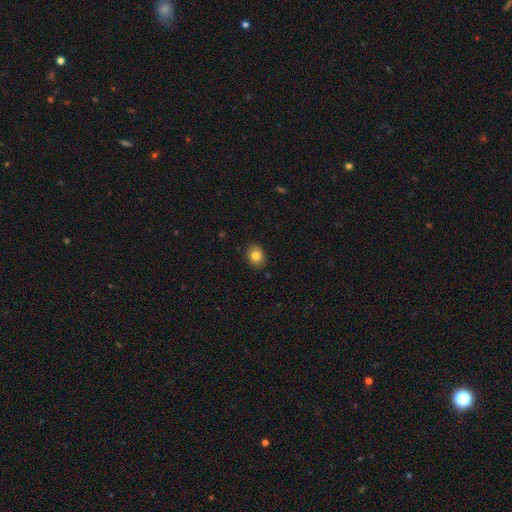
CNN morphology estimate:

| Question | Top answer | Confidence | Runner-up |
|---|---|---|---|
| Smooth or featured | smooth | 82% | star or artifact (10%) |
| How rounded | in between | 51% | round (48%) |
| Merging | none | 89% | minor disturbance (8%) |